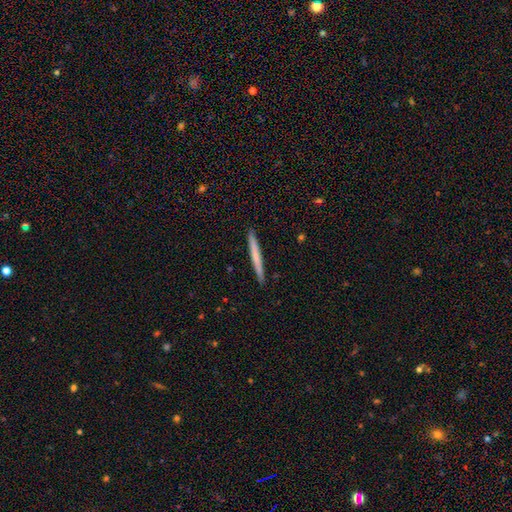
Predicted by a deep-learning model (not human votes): A smooth galaxy with no disk features (58%) that is cigar-shaped (97%).

Vote fractions:
- Smooth or featured? smooth: 58% / featured or disk: 37% / star or artifact: 5%
- How rounded? cigar-shaped: 97% / in between: 2% / round: 1%
- Merging? none: 92% / minor disturbance: 5% / major disturbance: 1% / merger: 1%